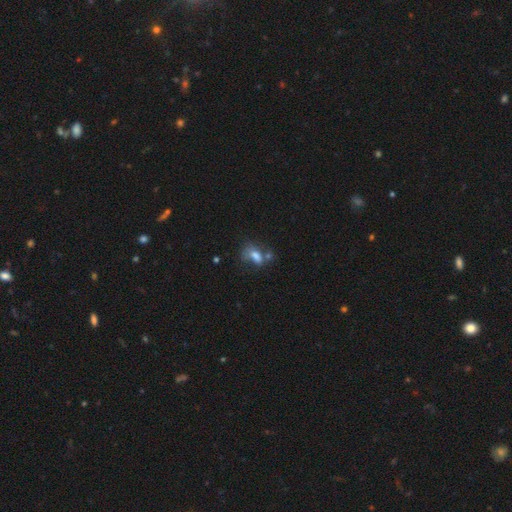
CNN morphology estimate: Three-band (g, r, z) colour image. It shows a smooth galaxy with no disk features (67%) that is in between round and cigar-shaped (82%). Merging: none (32%).